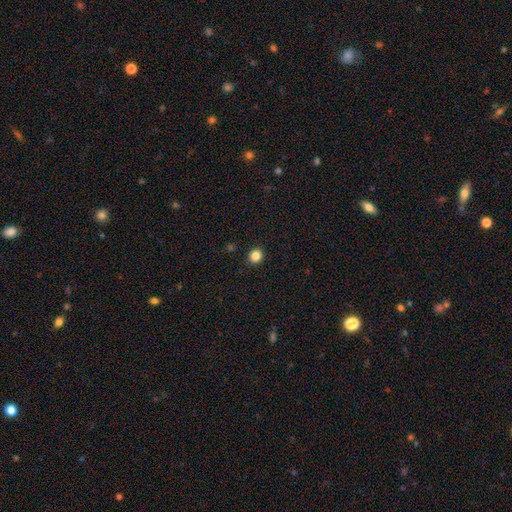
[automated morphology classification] Smooth or featured? Predicted: smooth (p=0.85). How rounded? Predicted: round (p=0.88). Merging? Predicted: none (p=0.91).